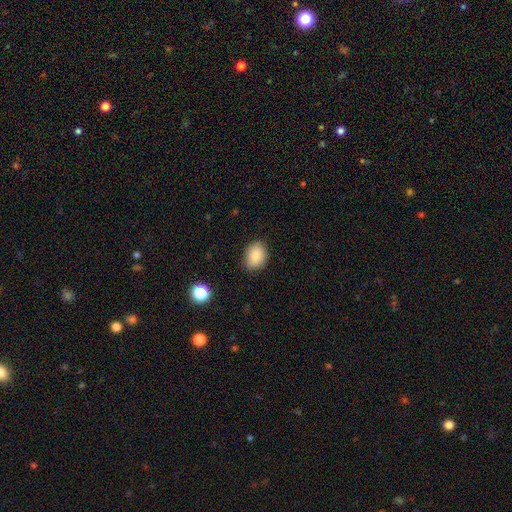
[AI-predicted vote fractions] smooth 84%, star or artifact 9%, featured or disk 7%. Down the decision tree: how rounded — in between (62%); merging — none (84%).